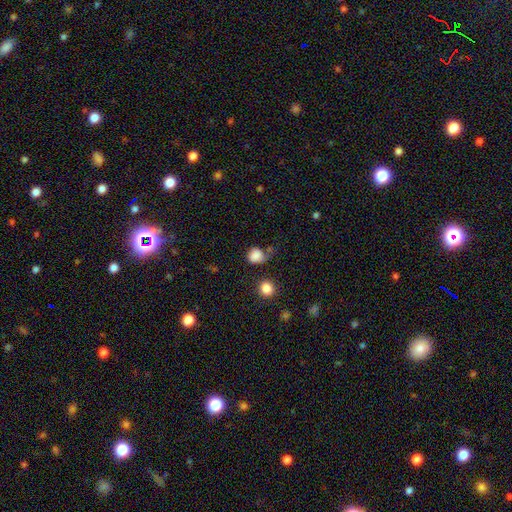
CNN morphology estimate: Smooth or featured?
  - smooth: 83% *
  - star or artifact: 11%
  - featured or disk: 6%
How rounded?
  - round: 71% *
  - in between: 28%
  - cigar-shaped: 1%
Merging?
  - none: 53% *
  - minor disturbance: 27%
  - major disturbance: 13%
  - merger: 8%